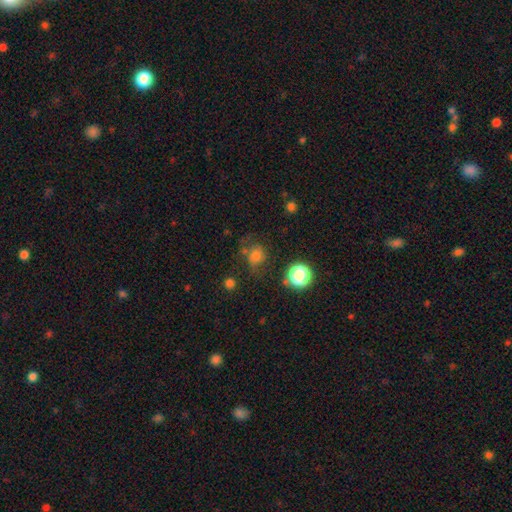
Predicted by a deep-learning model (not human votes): Q: Smooth or featured?
A: smooth (69%); runner-up: star or artifact (20%)
Q: How rounded?
A: round (72%); runner-up: in between (27%)
Q: Merging?
A: none (58%); runner-up: minor disturbance (22%)